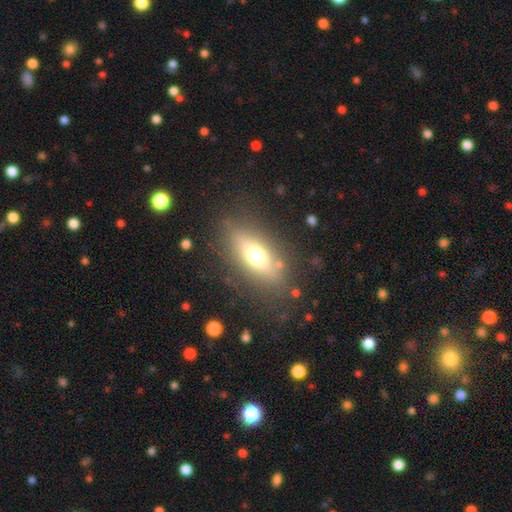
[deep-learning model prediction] This is possibly a smooth galaxy (60%). How rounded: likely in between (69%). Merging: clearly none (80%).